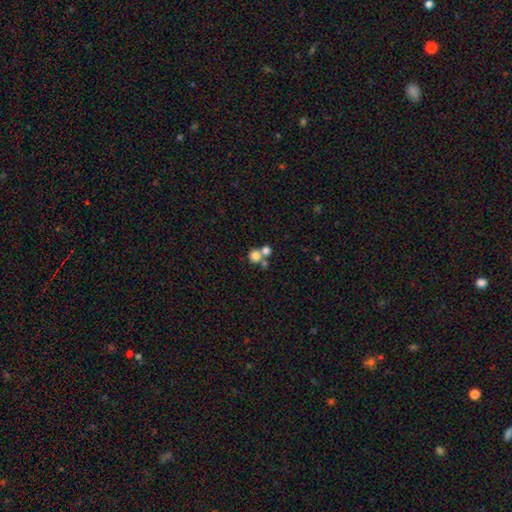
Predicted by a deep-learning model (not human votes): Morphology: type=smooth (77%); roundness=round (86%); merging=merger (47%).